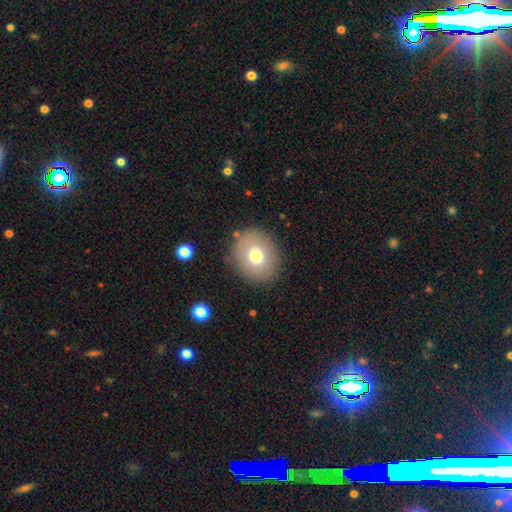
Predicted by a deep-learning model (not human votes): smooth 72%, featured or disk 17%, star or artifact 10%. Down the decision tree: how rounded — round (65%); merging — none (85%).